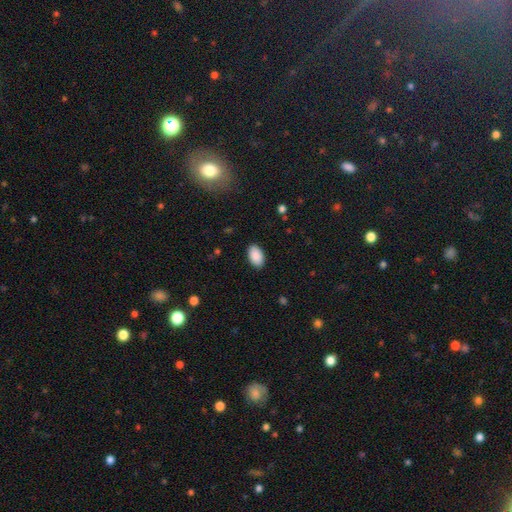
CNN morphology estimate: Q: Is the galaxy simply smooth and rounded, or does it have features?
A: smooth — 90%.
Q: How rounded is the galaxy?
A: in between — 94%.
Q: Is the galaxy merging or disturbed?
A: none — 89%.